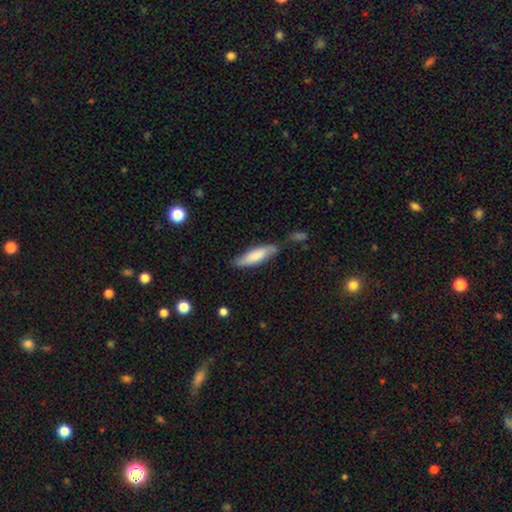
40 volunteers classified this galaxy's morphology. smooth 75%, featured or disk 12%, star or artifact 12%. Down the decision tree: how rounded — cigar-shaped (60%); merging — none (54%).